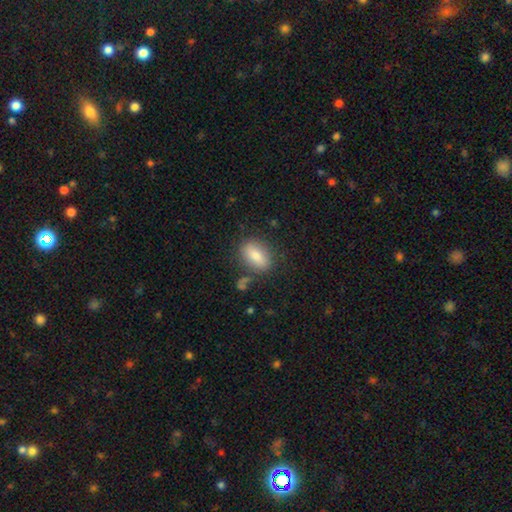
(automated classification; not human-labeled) smooth 81%, featured or disk 12%, star or artifact 7%. Down the decision tree: how rounded — in between (85%); merging — none (76%).